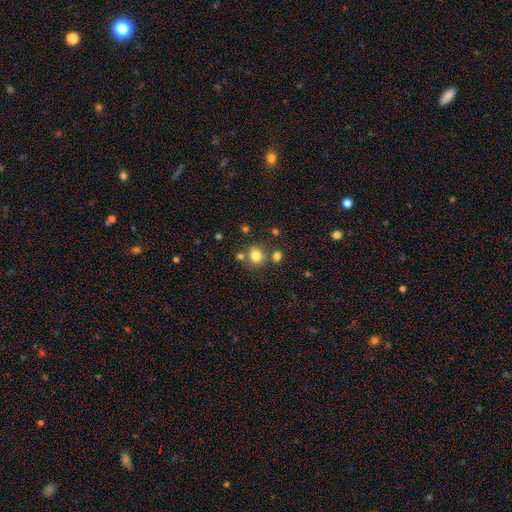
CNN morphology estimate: Smooth or featured: smooth — 79% (star or artifact — 13%)
How rounded: round — 79% (in between — 20%)
Merging: none — 69% (merger — 16%)